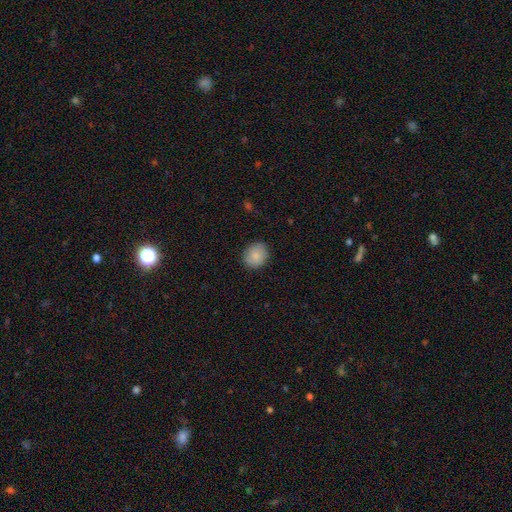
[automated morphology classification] Q: Smooth or featured?
A: smooth (85%); runner-up: star or artifact (8%)
Q: How rounded?
A: round (72%); runner-up: in between (27%)
Q: Merging?
A: none (86%); runner-up: minor disturbance (10%)